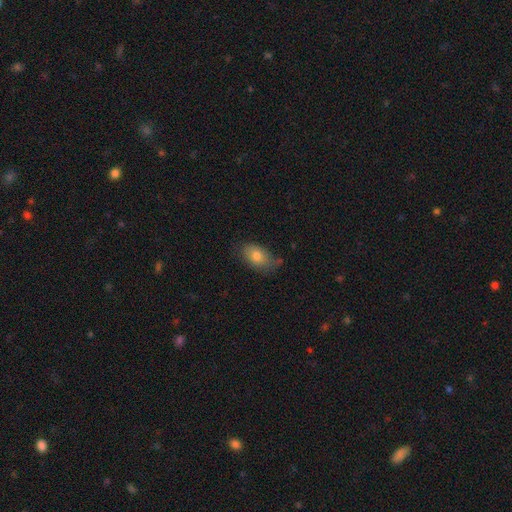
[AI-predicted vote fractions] smooth 72%, featured or disk 17%, star or artifact 11%. Down the decision tree: how rounded — in between (85%); merging — none (66%).